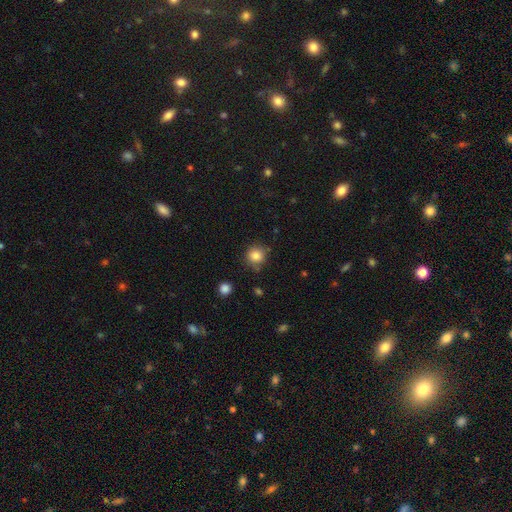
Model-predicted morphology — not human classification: Smooth or featured? Predicted: smooth (p=0.84). How rounded? Predicted: round (p=0.91). Merging? Predicted: none (p=0.82).